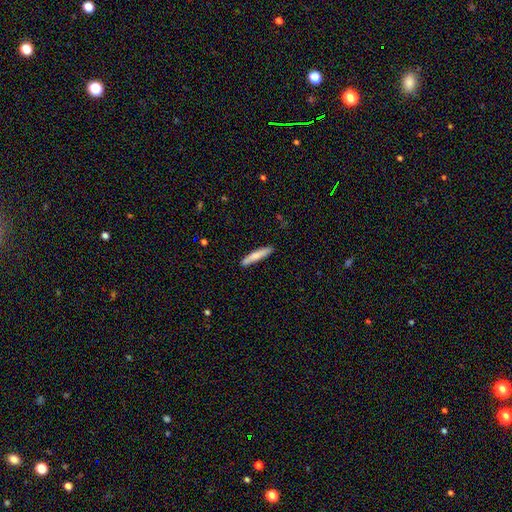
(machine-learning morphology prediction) Overall: smooth (76%). How rounded: cigar-shaped (92%). Merging: none (86%).